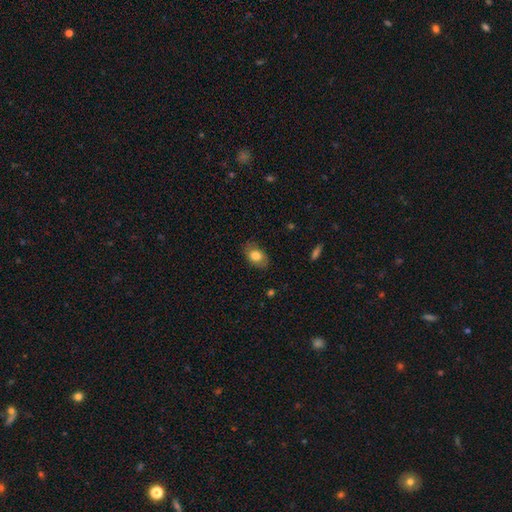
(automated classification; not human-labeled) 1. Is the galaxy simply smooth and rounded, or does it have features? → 78% smooth, 14% featured or disk, 8% star or artifact.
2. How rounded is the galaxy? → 84% in between, 14% round, 1% cigar-shaped.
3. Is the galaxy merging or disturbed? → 79% none, 16% minor disturbance, 4% major disturbance, 1% merger.